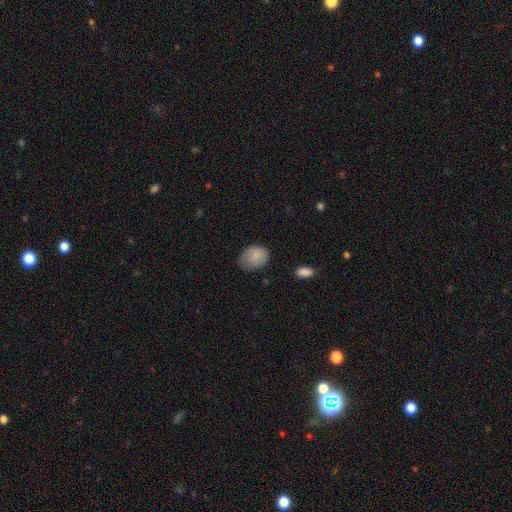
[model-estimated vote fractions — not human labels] smooth-or-featured: smooth: 79% | featured or disk: 14% | star or artifact: 7%
  how-rounded: in between: 66% | round: 33% | cigar-shaped: 1%
  merging: none: 59% | minor disturbance: 32% | major disturbance: 8% | merger: 2%